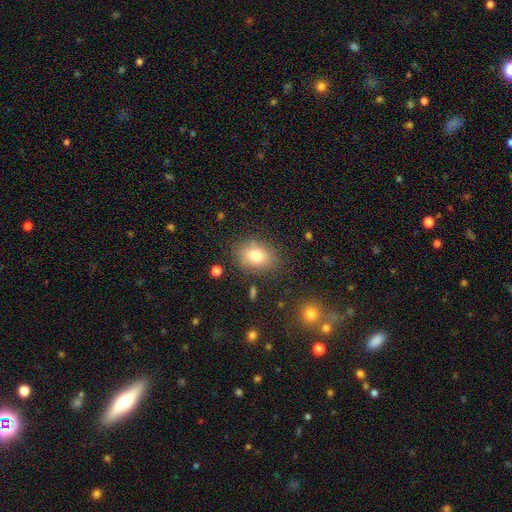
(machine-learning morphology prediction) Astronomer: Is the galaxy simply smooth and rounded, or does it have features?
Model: smooth — 78%.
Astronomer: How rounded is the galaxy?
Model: in between — 64%.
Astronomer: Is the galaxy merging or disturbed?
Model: none — 81%.